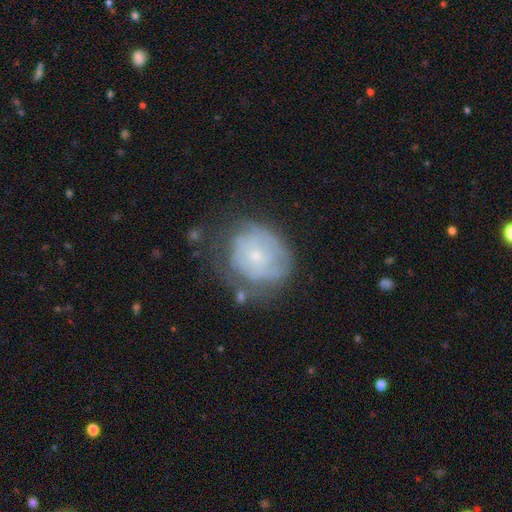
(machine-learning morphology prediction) Smooth or featured?
  - featured or disk: 54% *
  - smooth: 37%
  - star or artifact: 9%
Edge-on disk?
  - no: 97% *
  - yes: 3%
Bar?
  - no: 85% *
  - weak: 13%
  - strong: 2%
Spiral arms?
  - yes: 60% *
  - no: 40%
Bulge size?
  - small: 82% *
  - moderate: 13%
  - none: 3%
  - large: 1%
  - dominant: 1%
Merging?
  - none: 53% *
  - minor disturbance: 27%
  - major disturbance: 16%
  - merger: 4%